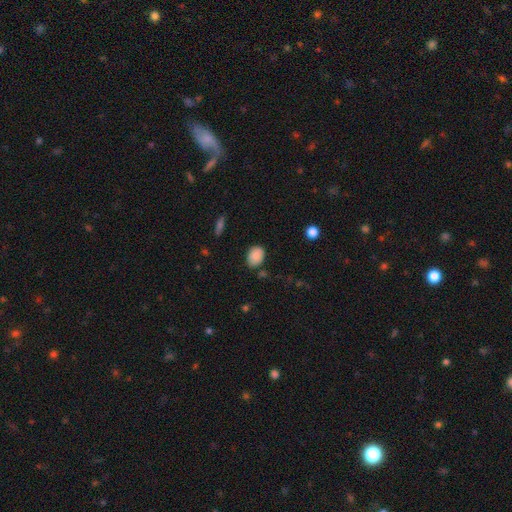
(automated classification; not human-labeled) A smooth galaxy with no disk features (87%) that is in between round and cigar-shaped (68%).

Vote fractions:
- Smooth or featured? smooth: 87% / star or artifact: 8% / featured or disk: 5%
- How rounded? in between: 68% / round: 31% / cigar-shaped: 1%
- Merging? none: 79% / minor disturbance: 15% / major disturbance: 3% / merger: 3%